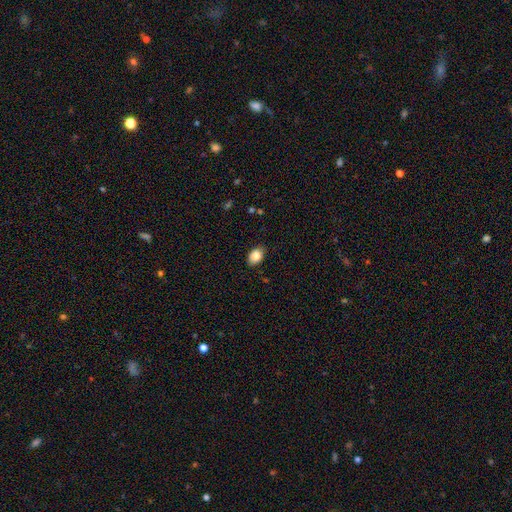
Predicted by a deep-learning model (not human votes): A smooth galaxy with no disk features (85%) that is in between round and cigar-shaped (81%). Merging: none (86%).